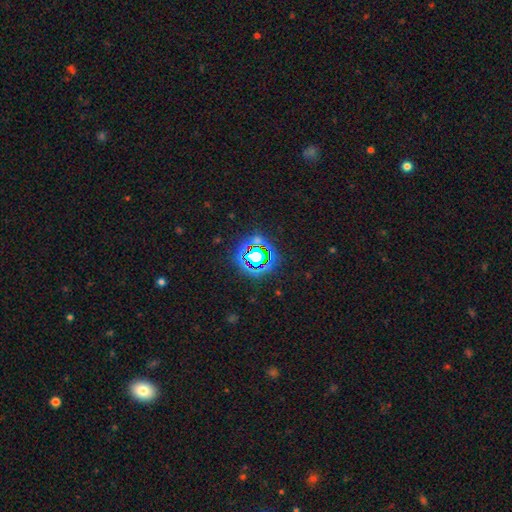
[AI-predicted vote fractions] Smooth or featured?
  - star or artifact: 68% *
  - smooth: 20%
  - featured or disk: 12%